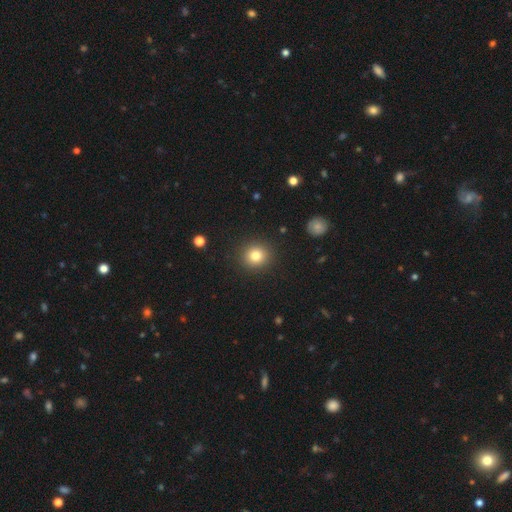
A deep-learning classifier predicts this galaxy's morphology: Smooth or featured? Predicted: smooth (p=0.81). How rounded? Predicted: round (p=0.90). Merging? Predicted: none (p=0.91).